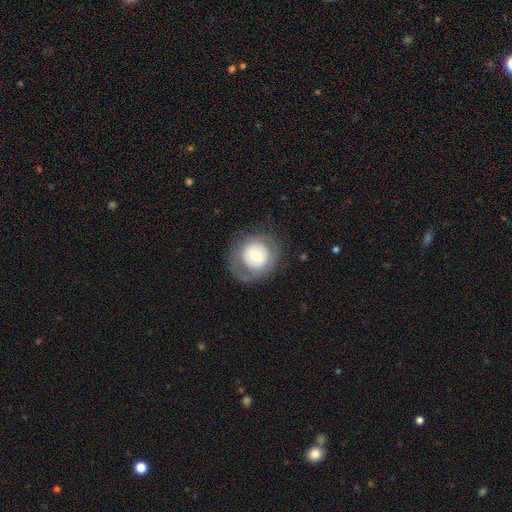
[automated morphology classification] The model was most divided on "smooth or featured": smooth: 55%, featured or disk: 37%, star or artifact: 8%. More confident: how rounded — round (88%); merging — none (76%).